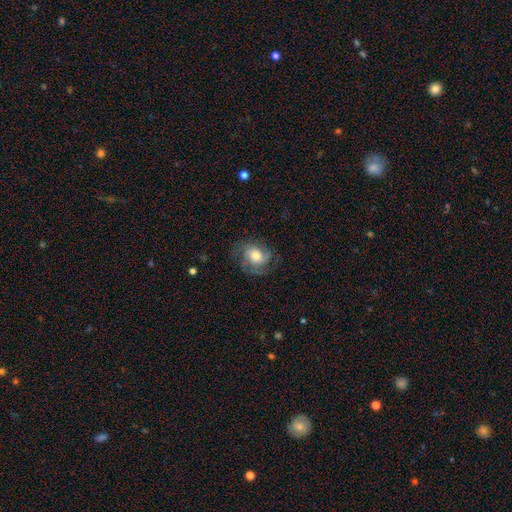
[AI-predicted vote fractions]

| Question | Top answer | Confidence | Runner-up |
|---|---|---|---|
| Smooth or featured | featured or disk | 68% | smooth (24%) |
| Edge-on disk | no | 97% | yes (3%) |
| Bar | no | 71% | weak (24%) |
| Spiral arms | yes | 91% | no (9%) |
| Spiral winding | medium | 43% | tight (42%) |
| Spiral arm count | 2 | 30% | tied: 3 (30%) |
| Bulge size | moderate | 57% | large (27%) |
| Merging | none | 68% | minor disturbance (19%) |